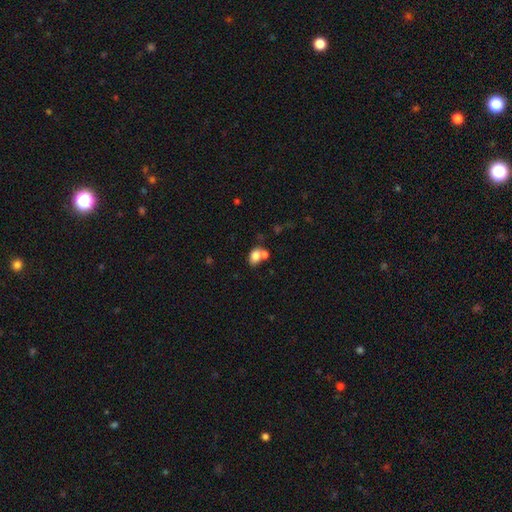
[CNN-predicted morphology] Overall: smooth (80%). How rounded: in between (78%). Merging: none (43%; merger 41%).